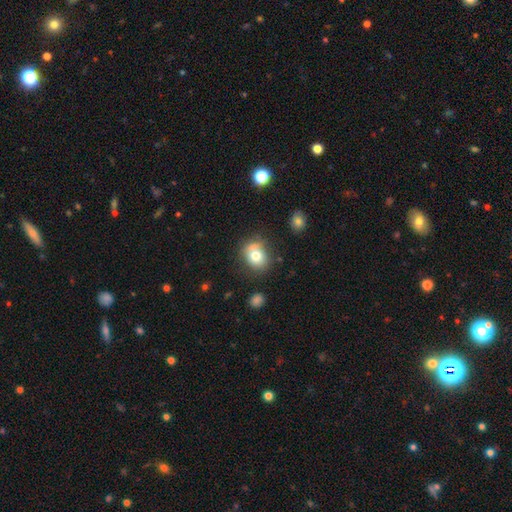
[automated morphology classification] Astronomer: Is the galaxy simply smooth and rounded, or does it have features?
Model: smooth — 74%.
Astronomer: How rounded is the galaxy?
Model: round — 53% (runner-up: in between, 46%).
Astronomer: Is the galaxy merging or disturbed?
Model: none — 61%.